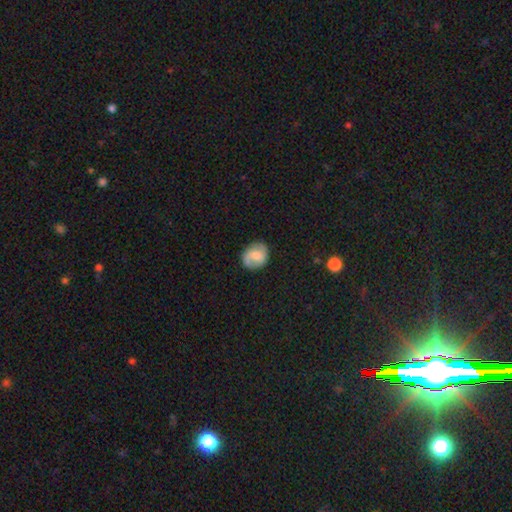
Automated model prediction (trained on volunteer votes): Smooth or featured? smooth (47%)
Merging? none (77%)